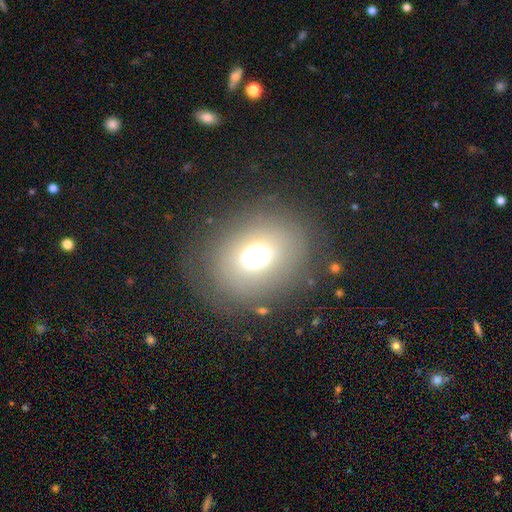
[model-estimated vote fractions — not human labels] A smooth galaxy with no disk features (65%) that is round (60%). Merging: none (73%).